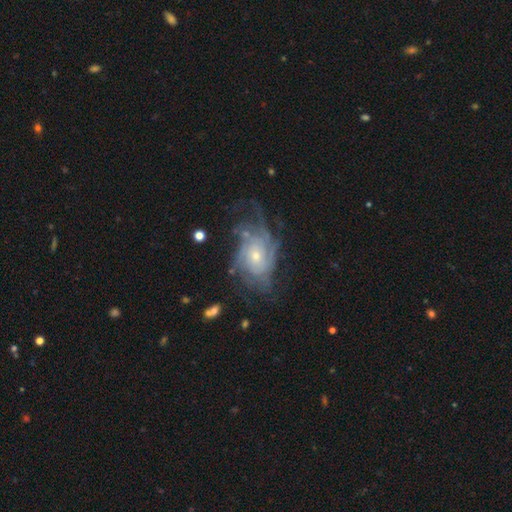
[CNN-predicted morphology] type=featured or disk (81%); edge-on=no (96%); bar=no (75%); spiral arms=yes (91%); winding=tight (55%); arm count=can't tell (43%); bulge=small (59%); merging=none (51%).